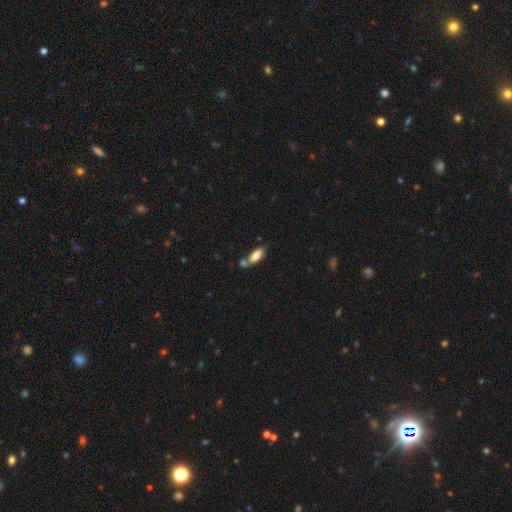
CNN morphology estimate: The model was most divided on "merging": none: 48%, merger: 32%, minor disturbance: 15%, major disturbance: 5%. More confident: smooth or featured — smooth (80%); how rounded — in between (76%).